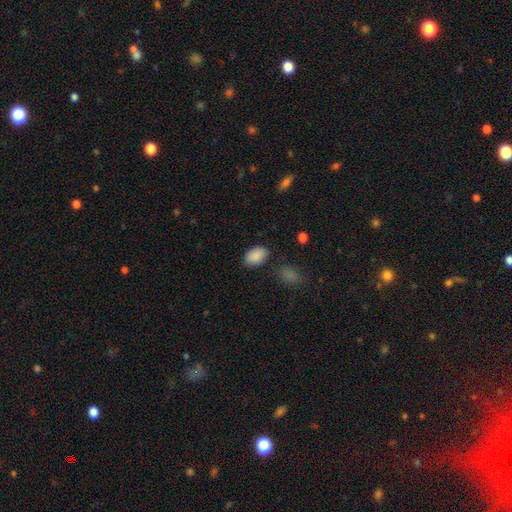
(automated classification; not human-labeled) Q: Smooth or featured?
A: smooth (89%); runner-up: star or artifact (7%)
Q: How rounded?
A: in between (90%); runner-up: round (9%)
Q: Merging?
A: none (78%); runner-up: minor disturbance (15%)